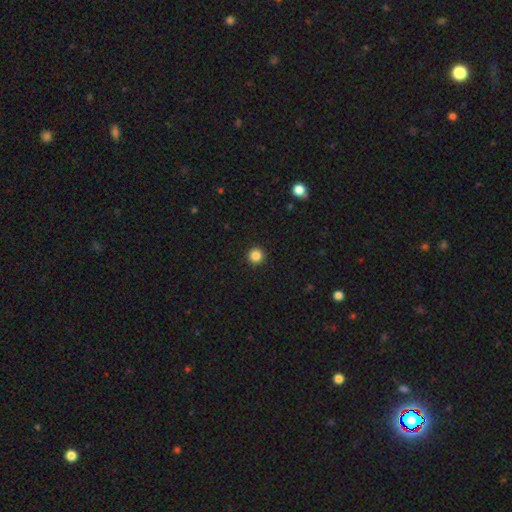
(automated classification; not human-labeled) Smooth or featured?
  - smooth: 86% *
  - star or artifact: 11%
  - featured or disk: 3%
How rounded?
  - round: 96% *
  - in between: 3%
  - cigar-shaped: 1%
Merging?
  - none: 93% *
  - minor disturbance: 4%
  - major disturbance: 2%
  - merger: 1%